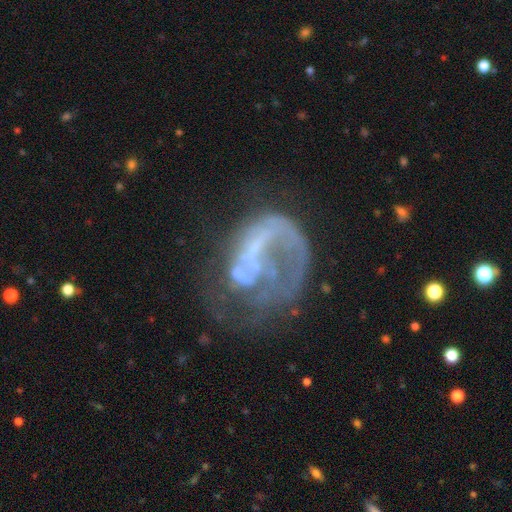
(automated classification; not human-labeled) smooth-or-featured: featured or disk: 72% | smooth: 17% | star or artifact: 10%
  disk-edge-on: no: 98% | yes: 2%
    bar: no: 71% | weak: 21% | strong: 8%
    has-spiral-arms: yes: 55% | no: 45%
    bulge-size: none: 65% | small: 22% | moderate: 9% | large: 3% | dominant: 2%
  merging: major disturbance: 45% | none: 32% | minor disturbance: 15% | merger: 8%